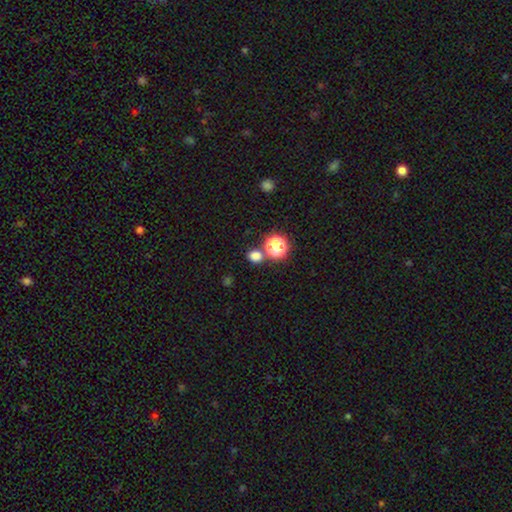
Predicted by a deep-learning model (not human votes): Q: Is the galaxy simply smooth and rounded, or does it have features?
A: smooth — 75%.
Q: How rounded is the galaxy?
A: round — 72%.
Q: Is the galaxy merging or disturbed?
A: none — 74%.